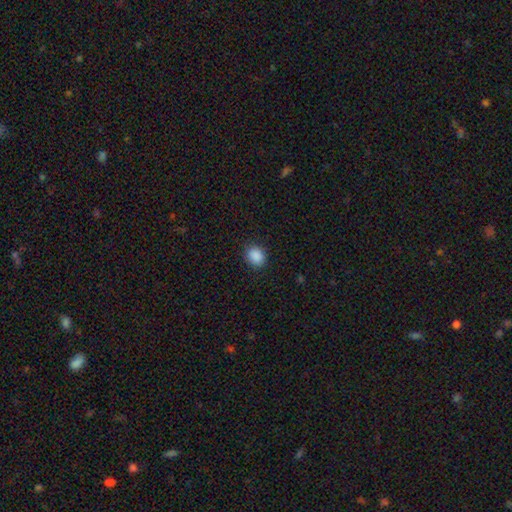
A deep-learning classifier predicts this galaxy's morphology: This appears to be a smooth galaxy with no disk features (89%) that is round (54%). Merging: none (87%).